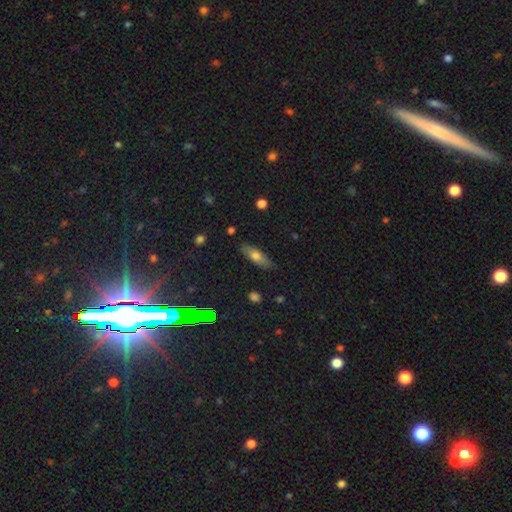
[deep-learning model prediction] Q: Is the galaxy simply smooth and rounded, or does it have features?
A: smooth — 67%.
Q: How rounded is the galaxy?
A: in between — 60%.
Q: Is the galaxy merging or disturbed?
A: none — 82%.